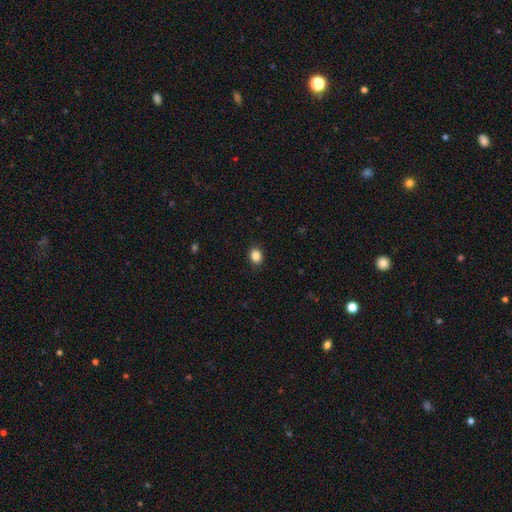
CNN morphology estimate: type=smooth (87%); roundness=round (53%); merging=none (90%).